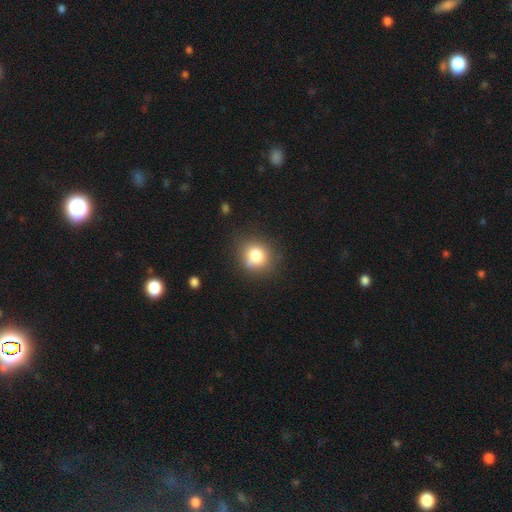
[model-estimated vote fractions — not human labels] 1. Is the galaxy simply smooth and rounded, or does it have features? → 79% smooth, 12% star or artifact, 9% featured or disk.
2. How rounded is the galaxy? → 81% round, 18% in between, 1% cigar-shaped.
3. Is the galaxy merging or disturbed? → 76% none, 16% minor disturbance, 5% major disturbance, 3% merger.